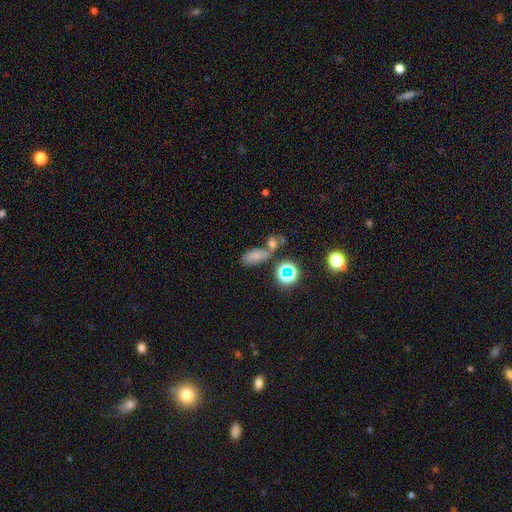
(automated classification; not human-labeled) Overall: smooth (63%; star or artifact 23%). How rounded: in between (84%). Merging: none (42%; merger 36%).